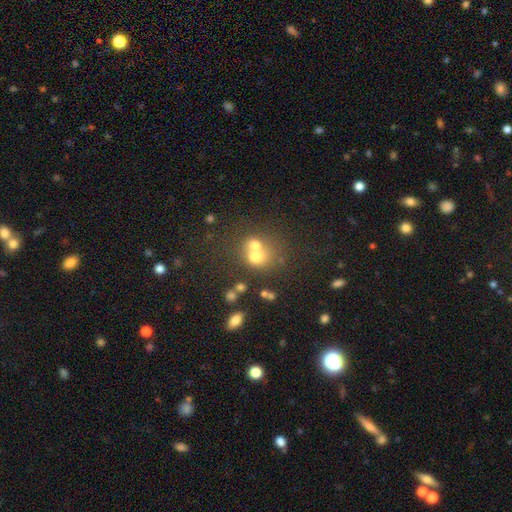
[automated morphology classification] Smooth or featured? smooth (62%)
How rounded? round (70%)
Merging? merger (58%)